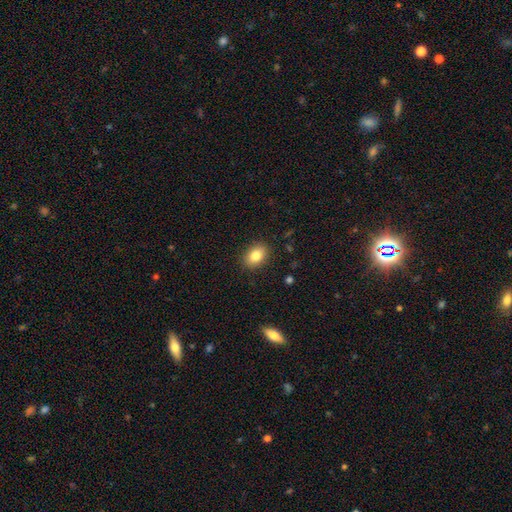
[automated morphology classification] Q: Smooth or featured?
A: smooth (83%); runner-up: star or artifact (9%)
Q: How rounded?
A: in between (77%); runner-up: round (22%)
Q: Merging?
A: none (88%); runner-up: minor disturbance (9%)